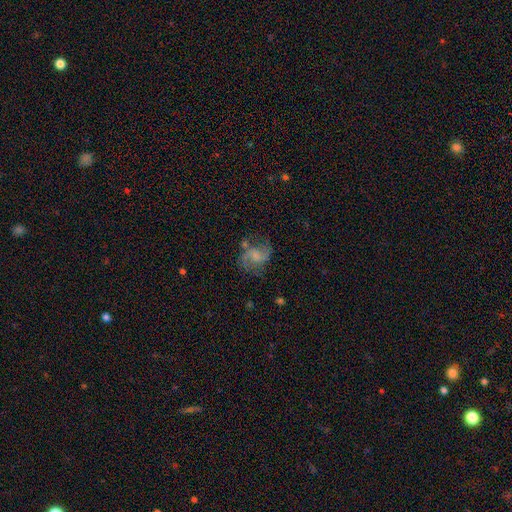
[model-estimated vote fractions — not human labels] Q: Smooth or featured?
A: featured or disk (65%); runner-up: smooth (26%)
Q: Edge-on disk?
A: no (98%); runner-up: yes (2%)
Q: Bar?
A: no (46%); runner-up: weak (44%)
Q: Spiral arms?
A: yes (87%); runner-up: no (13%)
Q: Spiral winding?
A: loose (47%); runner-up: medium (43%)
Q: Spiral arm count?
A: 2 (86%); runner-up: can't tell (7%)
Q: Bulge size?
A: none (35%); runner-up: small (29%)
Q: Merging?
A: none (56%); runner-up: minor disturbance (21%)